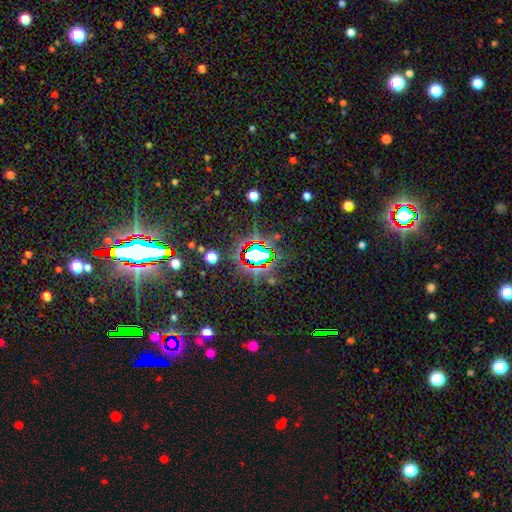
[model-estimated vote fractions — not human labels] Q: Smooth or featured?
A: star or artifact (71%); runner-up: smooth (16%)